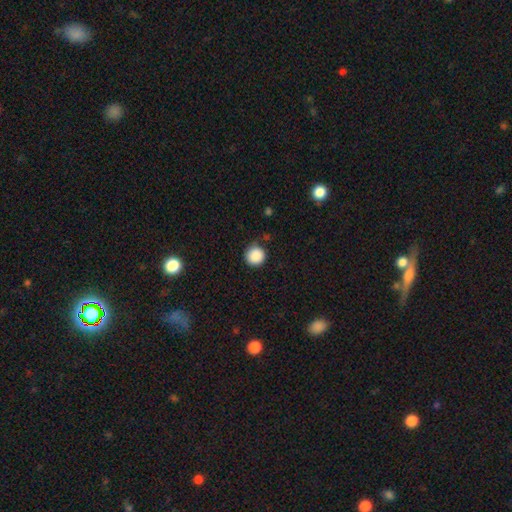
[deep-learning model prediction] This is clearly a smooth galaxy (88%). How rounded: clearly round (95%). Merging: clearly none (84%).